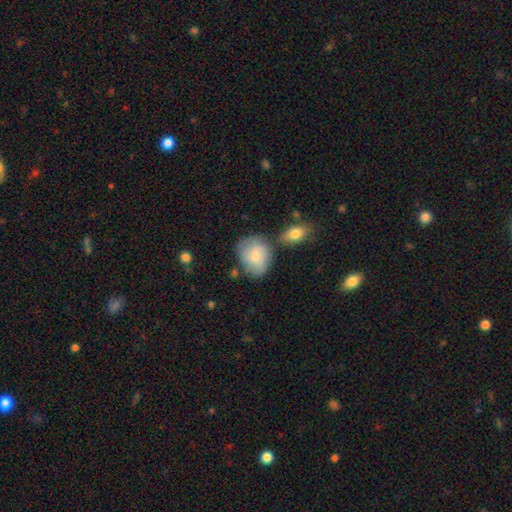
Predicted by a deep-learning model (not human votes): smooth 73%, featured or disk 20%, star or artifact 6%. Down the decision tree: how rounded — round (60%); merging — none (55%).